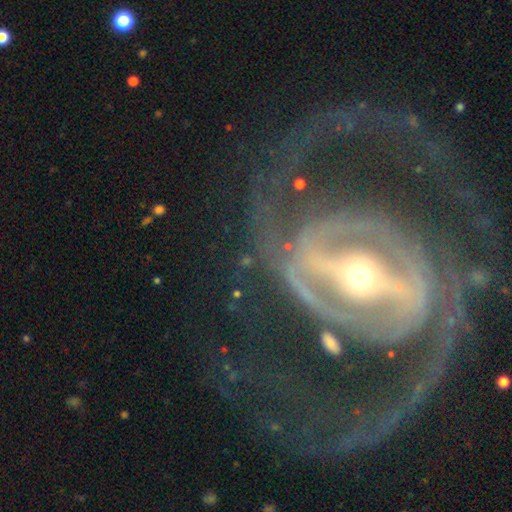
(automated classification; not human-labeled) Smooth or featured? Predicted: featured or disk (p=0.91). Edge-on disk? Predicted: no (p=0.96). Bar? Predicted: strong (p=0.73). Spiral arms? Predicted: yes (p=0.93). Spiral winding? Predicted: medium (p=0.51). Spiral arm count? Predicted: 2 (p=0.77). Bulge size? Predicted: small (p=0.52). Merging? Predicted: none (p=0.63).